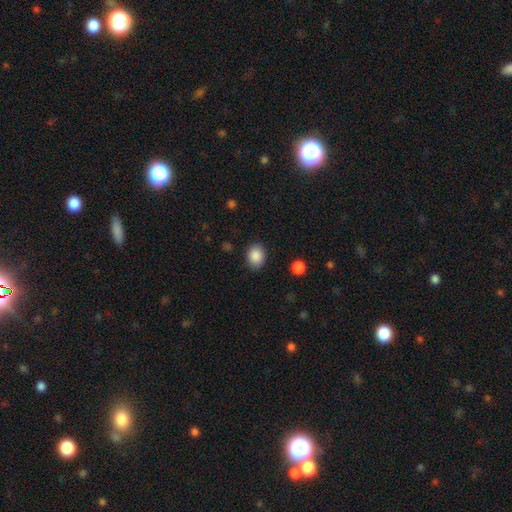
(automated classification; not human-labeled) A smooth galaxy with no disk features (88%) that is in between round and cigar-shaped (54%). Merging: none (85%).